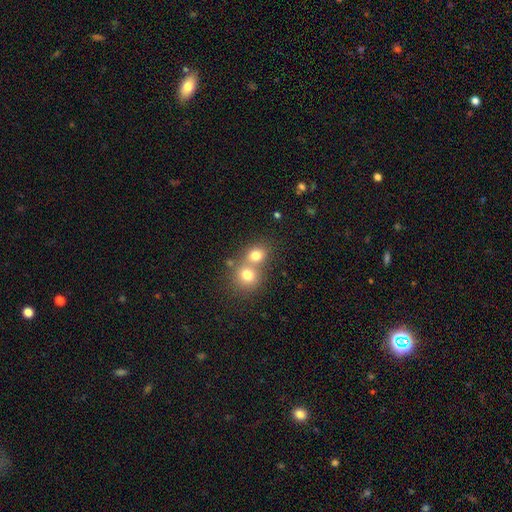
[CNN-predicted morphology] smooth-or-featured: smooth: 77% | star or artifact: 12% | featured or disk: 11%
  how-rounded: round: 75% | in between: 24% | cigar-shaped: 1%
  merging: merger: 54% | none: 38% | minor disturbance: 6% | major disturbance: 3%